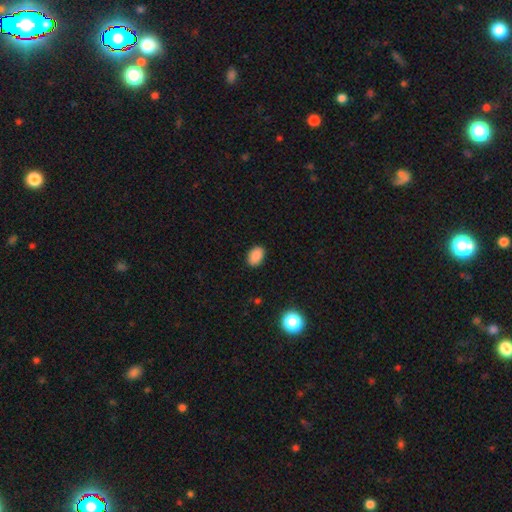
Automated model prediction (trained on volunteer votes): This appears to be a smooth galaxy with no disk features (88%) that is in between round and cigar-shaped (84%). Merging: none (89%).